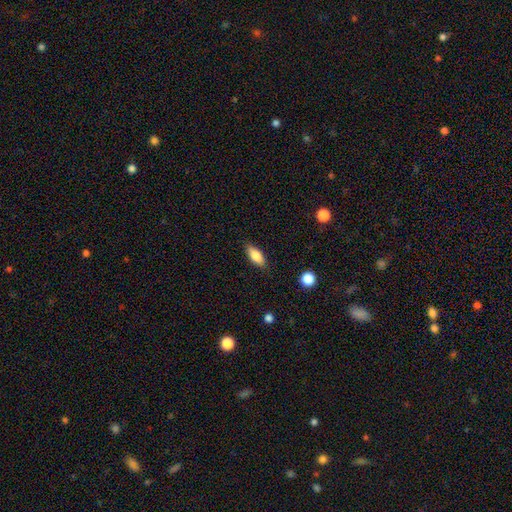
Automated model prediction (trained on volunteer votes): Morphology: type=smooth (80%); roundness=in between (81%); merging=none (85%).